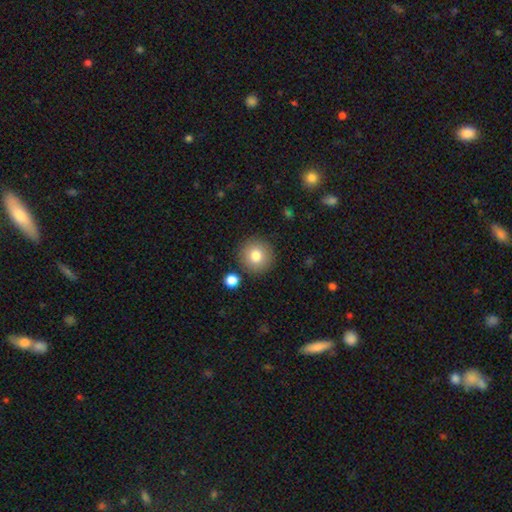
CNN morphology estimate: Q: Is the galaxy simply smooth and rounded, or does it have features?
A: smooth — 80%.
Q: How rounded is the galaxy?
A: round — 95%.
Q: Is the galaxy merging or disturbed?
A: none — 87%.